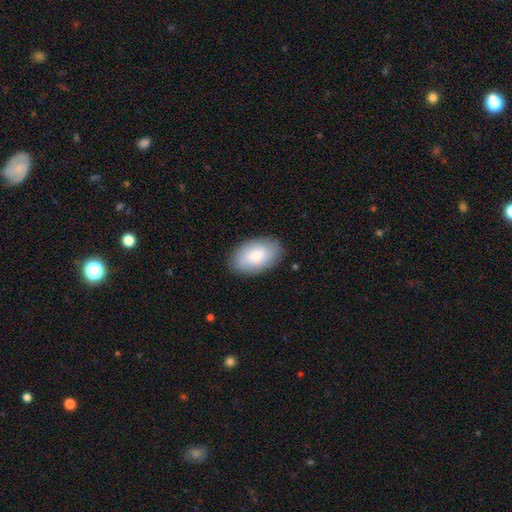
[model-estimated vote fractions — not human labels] Smooth or featured? Predicted: smooth (p=0.74). How rounded? Predicted: in between (p=0.93). Merging? Predicted: none (p=0.85).